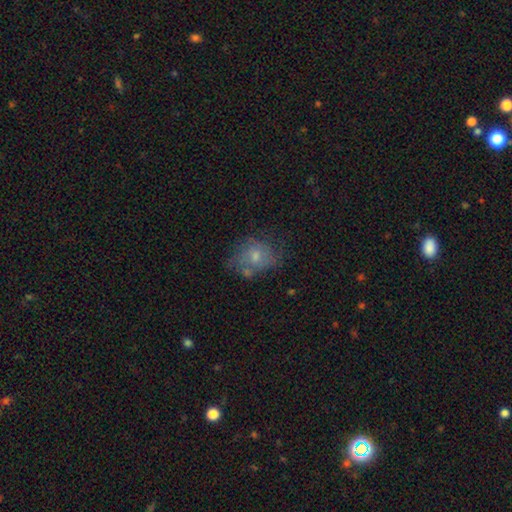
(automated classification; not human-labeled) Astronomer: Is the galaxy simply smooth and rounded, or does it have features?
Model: smooth — 54% (runner-up: featured or disk, 35%).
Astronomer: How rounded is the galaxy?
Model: in between — 51% (runner-up: round, 48%).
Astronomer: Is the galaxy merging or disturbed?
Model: none — 49% (runner-up: minor disturbance, 26%).